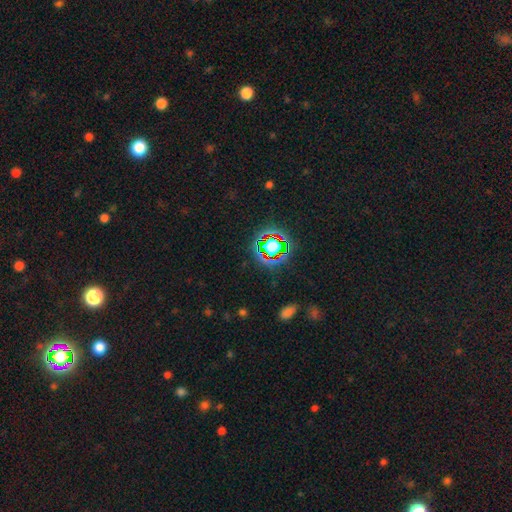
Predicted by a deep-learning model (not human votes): A star or artifact, not a galaxy (76%).